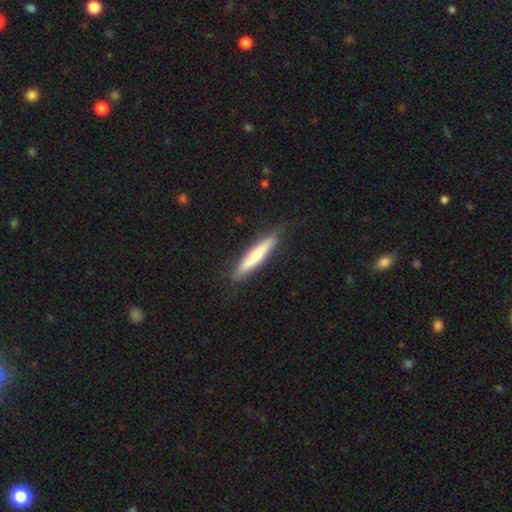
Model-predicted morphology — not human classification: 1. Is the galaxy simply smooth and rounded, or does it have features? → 59% smooth, 35% featured or disk, 6% star or artifact.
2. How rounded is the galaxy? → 92% cigar-shaped, 6% in between, 1% round.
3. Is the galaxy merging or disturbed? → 86% none, 11% minor disturbance, 2% major disturbance, 1% merger.